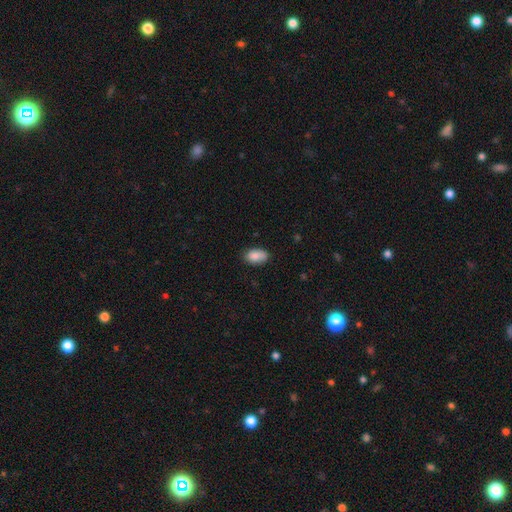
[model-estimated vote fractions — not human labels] Morphology: type=smooth (87%); roundness=in between (93%); merging=none (77%).